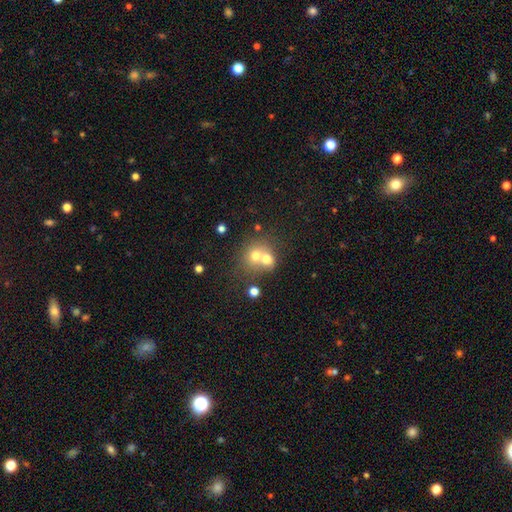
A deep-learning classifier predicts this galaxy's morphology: smooth 67%, featured or disk 21%, star or artifact 13%. Down the decision tree: how rounded — round (72%); merging — merger (63%).